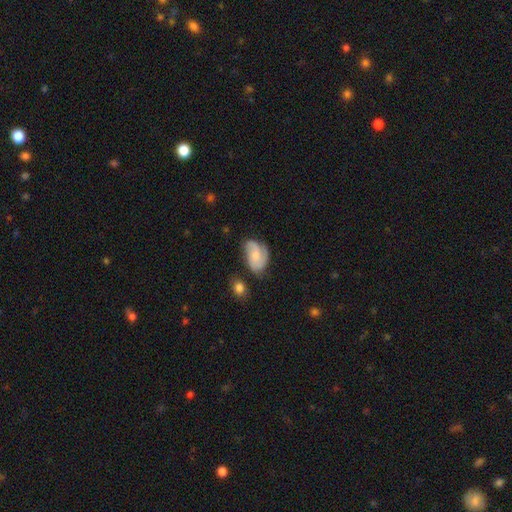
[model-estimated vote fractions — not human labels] A featured or disk galaxy (54%) with no bar (66%), spiral arms (88%) and a small central bulge (44%). Merging: none (52%).